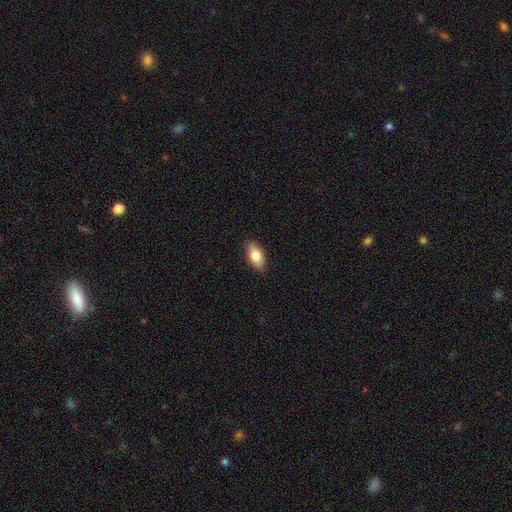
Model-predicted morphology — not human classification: A smooth galaxy with no disk features (81%) that is in between round and cigar-shaped (89%).

Vote fractions:
- Smooth or featured? smooth: 81% / featured or disk: 12% / star or artifact: 6%
- How rounded? in between: 89% / cigar-shaped: 8% / round: 3%
- Merging? none: 89% / minor disturbance: 8% / major disturbance: 2% / merger: 1%